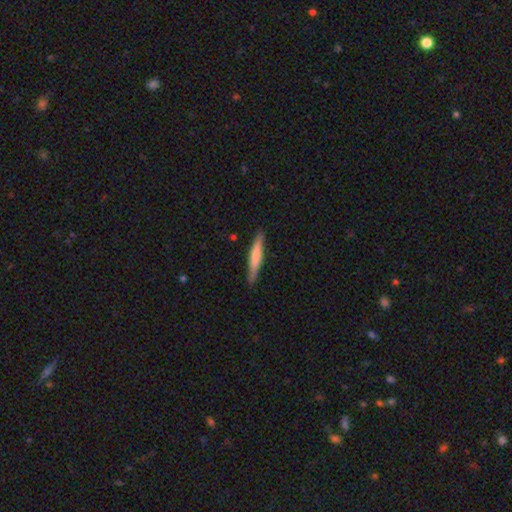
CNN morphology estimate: Smooth or featured? Predicted: smooth (p=0.62). How rounded? Predicted: cigar-shaped (p=0.93). Merging? Predicted: none (p=0.87).